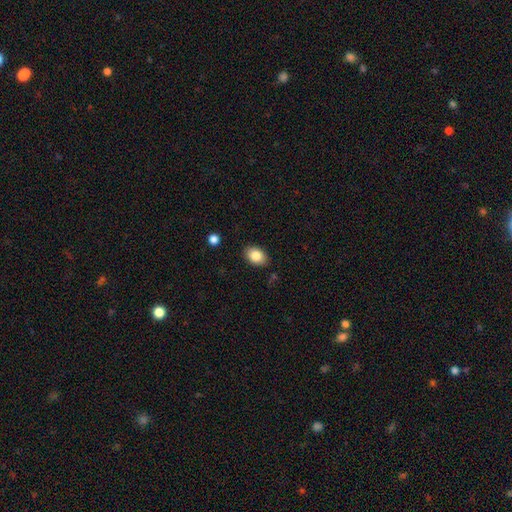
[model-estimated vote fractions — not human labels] A smooth galaxy with no disk features (84%) that is in between round and cigar-shaped (81%).

Vote fractions:
- Smooth or featured? smooth: 84% / star or artifact: 8% / featured or disk: 8%
- How rounded? in between: 81% / round: 18% / cigar-shaped: 1%
- Merging? none: 85% / minor disturbance: 11% / major disturbance: 2% / merger: 2%